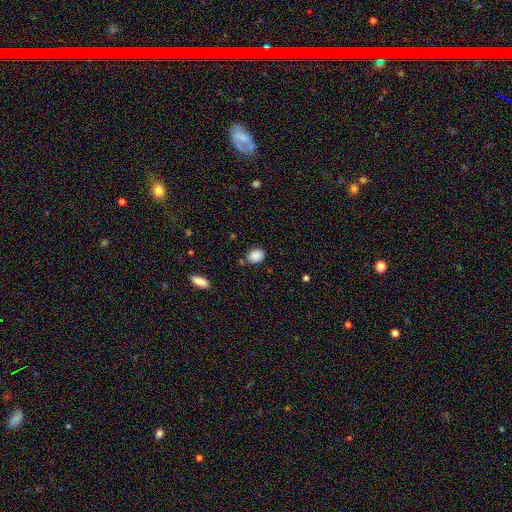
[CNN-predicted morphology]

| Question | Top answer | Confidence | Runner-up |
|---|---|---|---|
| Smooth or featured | smooth | 88% | star or artifact (8%) |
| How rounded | in between | 55% | round (44%) |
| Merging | none | 78% | minor disturbance (15%) |